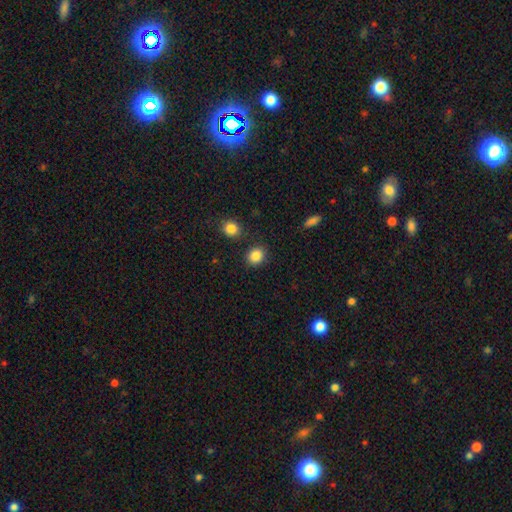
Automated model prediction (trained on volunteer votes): Q: Smooth or featured?
A: smooth (87%); runner-up: star or artifact (9%)
Q: How rounded?
A: round (66%); runner-up: in between (33%)
Q: Merging?
A: none (86%); runner-up: minor disturbance (8%)